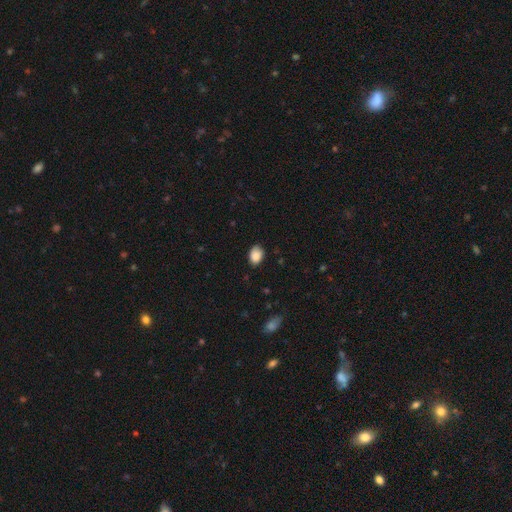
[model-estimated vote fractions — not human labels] smooth_or_featured: smooth (p=0.88) [alt: star or artifact p=0.08]
how_rounded: in between (p=0.78) [alt: round p=0.20]
merging: none (p=0.78) [alt: minor disturbance p=0.18]